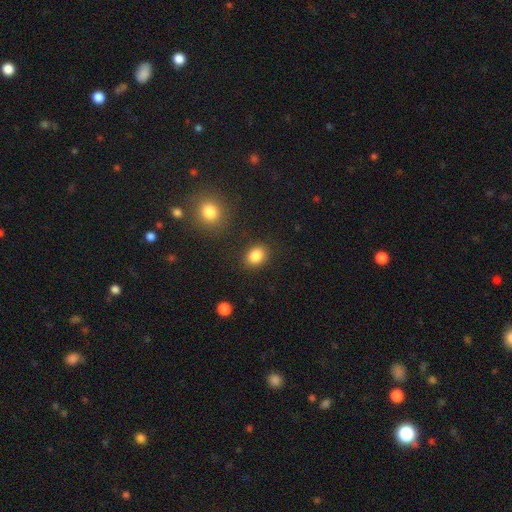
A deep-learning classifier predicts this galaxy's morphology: A smooth galaxy with no disk features (86%) that is in between round and cigar-shaped (56%).

Vote fractions:
- Smooth or featured? smooth: 86% / star or artifact: 9% / featured or disk: 5%
- How rounded? in between: 56% / round: 43% / cigar-shaped: 1%
- Merging? none: 86% / minor disturbance: 9% / major disturbance: 3% / merger: 3%